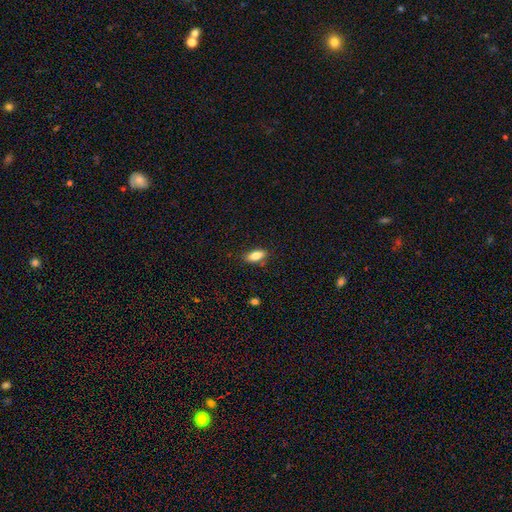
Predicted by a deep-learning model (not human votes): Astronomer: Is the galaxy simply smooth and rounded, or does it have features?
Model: smooth — 80%.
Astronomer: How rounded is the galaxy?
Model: in between — 84%.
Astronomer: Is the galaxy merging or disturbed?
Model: none — 82%.